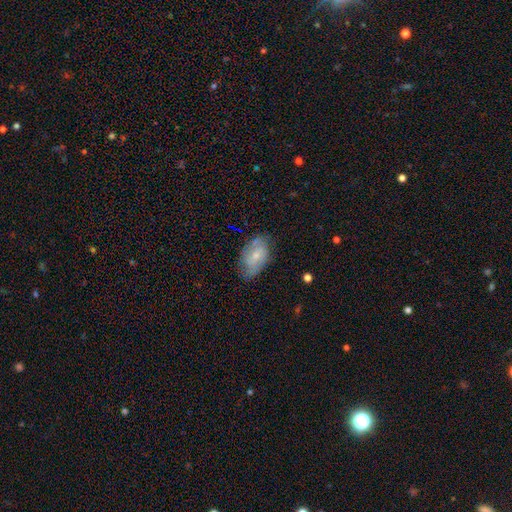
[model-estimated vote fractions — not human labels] Smooth or featured?
  - smooth: 47% *
  - featured or disk: 46%
  - star or artifact: 7%
Merging?
  - none: 66% *
  - minor disturbance: 25%
  - major disturbance: 7%
  - merger: 2%